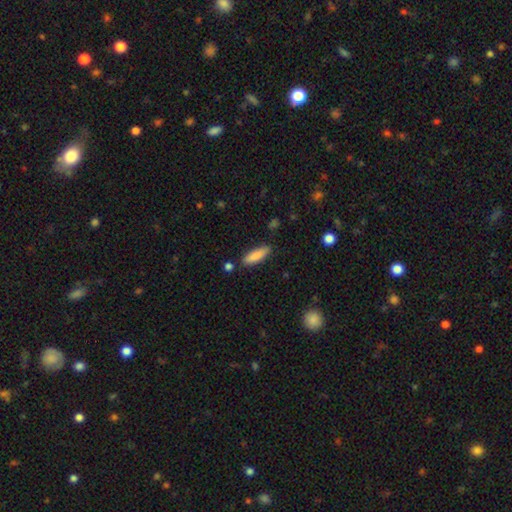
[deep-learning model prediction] Smooth or featured: smooth — 83% (featured or disk — 11%)
How rounded: cigar-shaped — 60% (in between — 38%)
Merging: none — 83% (minor disturbance — 11%)